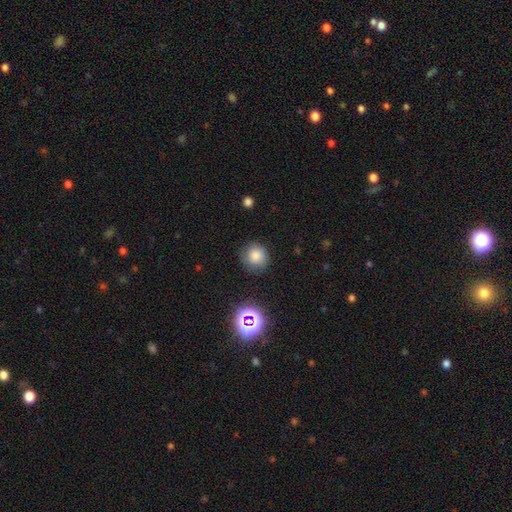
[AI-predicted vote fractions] Overall: smooth (79%). How rounded: round (90%). Merging: none (82%).